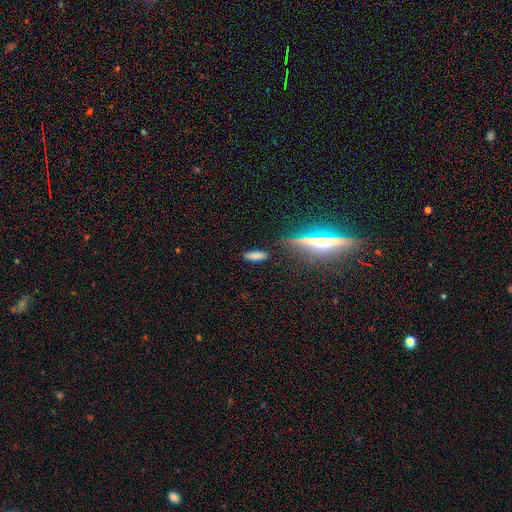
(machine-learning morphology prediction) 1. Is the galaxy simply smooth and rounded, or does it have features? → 80% smooth, 12% star or artifact, 8% featured or disk.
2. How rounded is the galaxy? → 59% in between, 39% cigar-shaped, 3% round.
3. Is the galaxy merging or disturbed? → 84% none, 10% minor disturbance, 3% major disturbance, 2% merger.